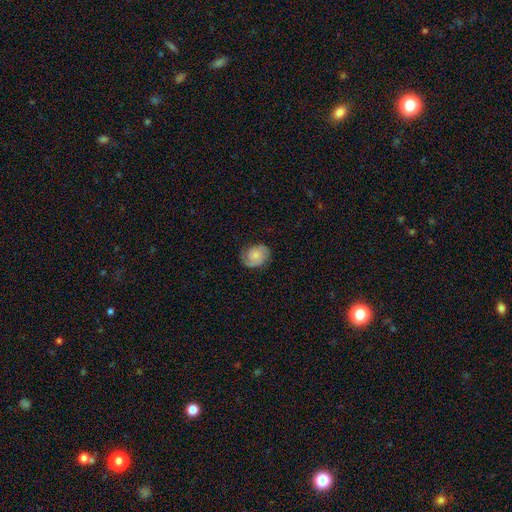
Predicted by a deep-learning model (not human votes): featured or disk 48%, smooth 45%, star or artifact 8%. Down the decision tree: merging — none (71%).